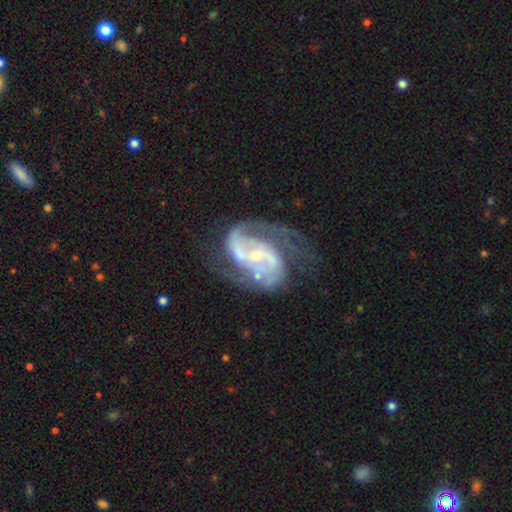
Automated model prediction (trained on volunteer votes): Smooth or featured?
  - featured or disk: 89% *
  - star or artifact: 6%
  - smooth: 5%
Edge-on disk?
  - no: 97% *
  - yes: 3%
Bar?
  - weak: 42% *
  - no: 33%
  - strong: 25%
Spiral arms?
  - yes: 96% *
  - no: 4%
Spiral winding?
  - medium: 53% *
  - loose: 26%
  - tight: 21%
Spiral arm count?
  - 2: 79% *
  - can't tell: 8%
  - 3: 6%
  - 1: 3%
  - 4: 2%
  - more than 4: 2%
Bulge size?
  - small: 66% *
  - moderate: 26%
  - none: 5%
  - large: 2%
  - dominant: 1%
Merging?
  - none: 51% *
  - major disturbance: 21%
  - minor disturbance: 20%
  - merger: 7%